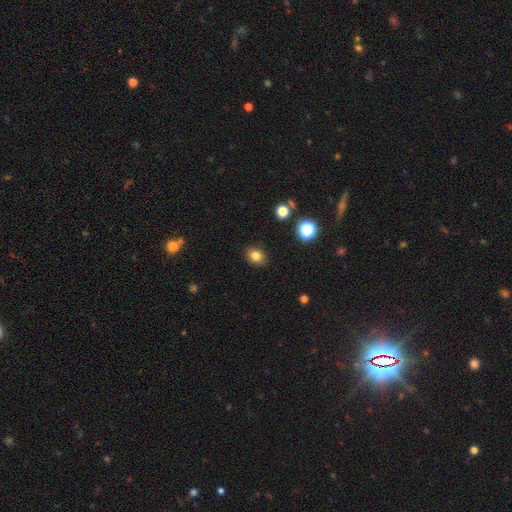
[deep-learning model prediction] This is clearly a smooth galaxy (81%). How rounded: possibly round (60%). Merging: clearly none (89%).